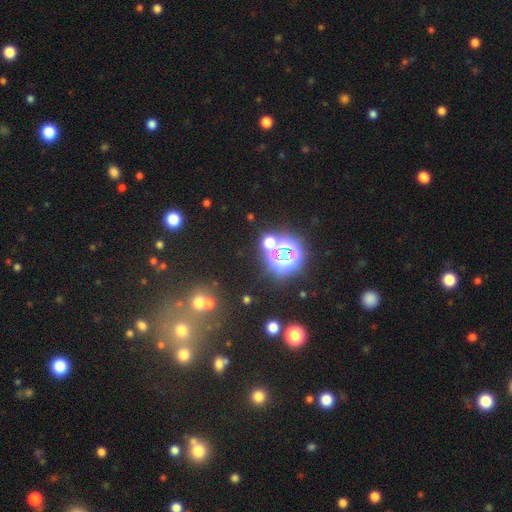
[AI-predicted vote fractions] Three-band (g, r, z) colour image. It shows a star or artifact, not a galaxy (67%).